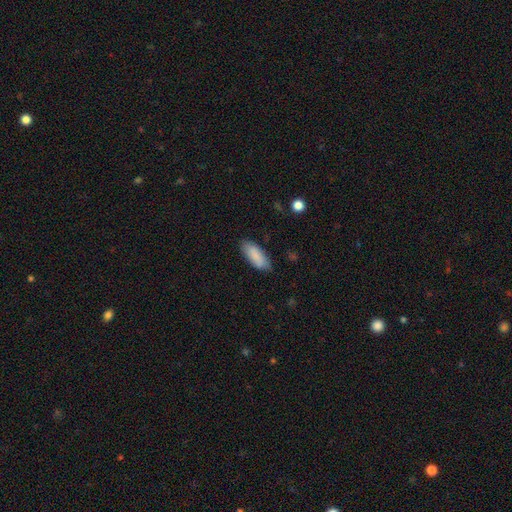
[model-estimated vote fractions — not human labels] smooth_or_featured: smooth (p=0.87) [alt: featured or disk p=0.07]
how_rounded: in between (p=0.80) [alt: cigar-shaped p=0.18]
merging: none (p=0.81) [alt: minor disturbance p=0.15]